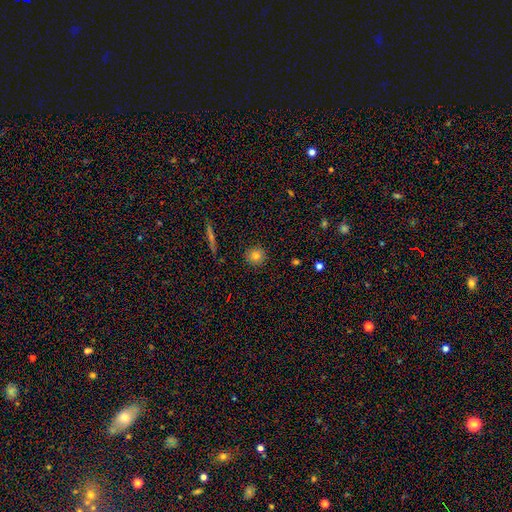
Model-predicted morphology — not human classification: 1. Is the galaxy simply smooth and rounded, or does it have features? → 78% smooth, 12% star or artifact, 10% featured or disk.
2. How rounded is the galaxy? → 93% round, 6% in between, 1% cigar-shaped.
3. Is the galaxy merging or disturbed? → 90% none, 7% minor disturbance, 2% major disturbance, 1% merger.